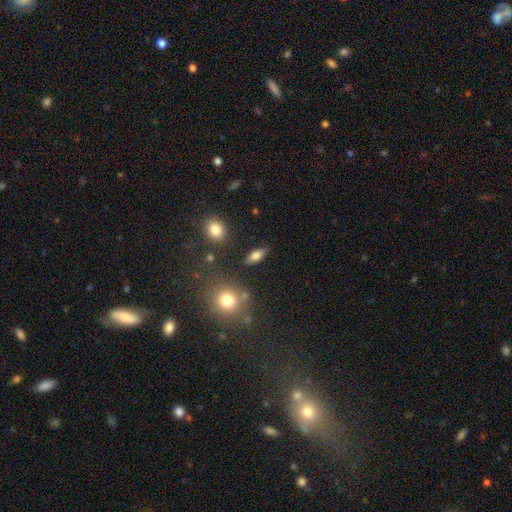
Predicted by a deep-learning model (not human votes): Smooth or featured? Predicted: smooth (p=0.74). How rounded? Predicted: in between (p=0.77). Merging? Predicted: none (p=0.83).